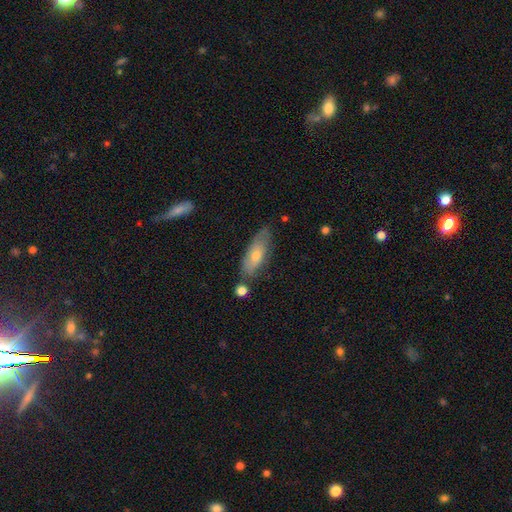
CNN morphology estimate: smooth-or-featured: smooth: 55% | featured or disk: 39% | star or artifact: 7%
  how-rounded: in between: 68% | cigar-shaped: 30% | round: 3%
  merging: none: 65% | minor disturbance: 24% | major disturbance: 6% | merger: 5%